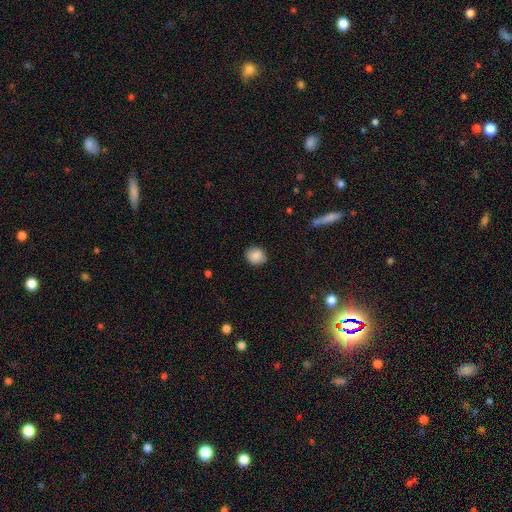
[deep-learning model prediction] Smooth or featured? Predicted: smooth (p=0.88). How rounded? Predicted: round (p=0.78). Merging? Predicted: none (p=0.86).